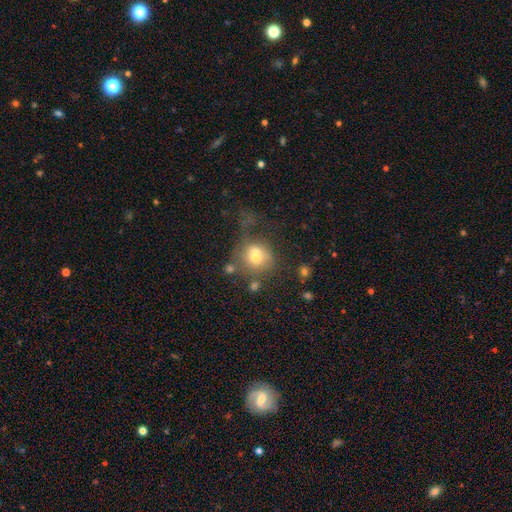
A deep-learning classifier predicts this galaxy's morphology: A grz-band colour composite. It shows a smooth galaxy with no disk features (64%) that is round (75%). Merging: merger (43%).